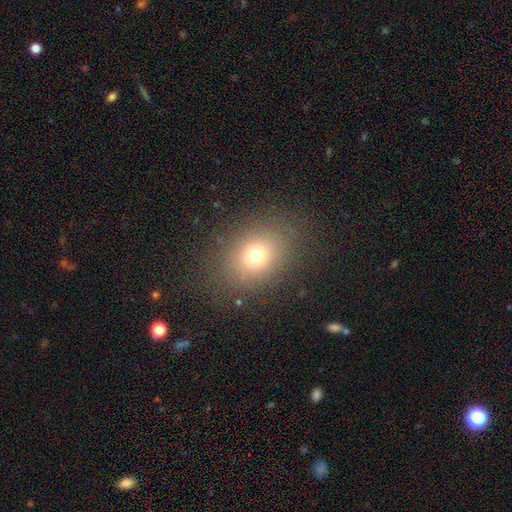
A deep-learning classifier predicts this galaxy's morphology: Q: Smooth or featured?
A: smooth (72%); runner-up: star or artifact (17%)
Q: How rounded?
A: in between (54%); runner-up: round (45%)
Q: Merging?
A: none (82%); runner-up: minor disturbance (11%)